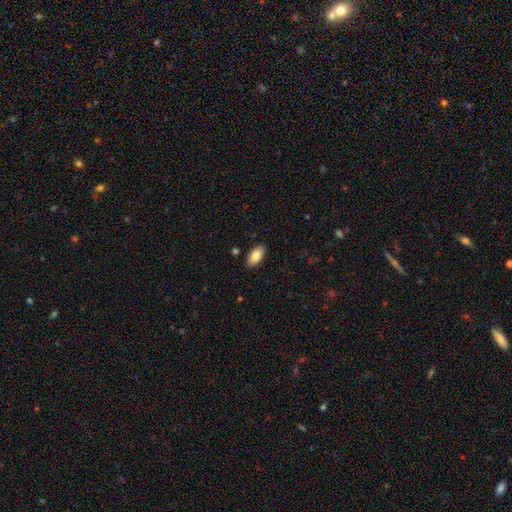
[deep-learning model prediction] Smooth or featured?
  - smooth: 86% *
  - featured or disk: 8%
  - star or artifact: 7%
How rounded?
  - in between: 94% *
  - cigar-shaped: 3%
  - round: 2%
Merging?
  - none: 88% *
  - minor disturbance: 8%
  - major disturbance: 2%
  - merger: 1%